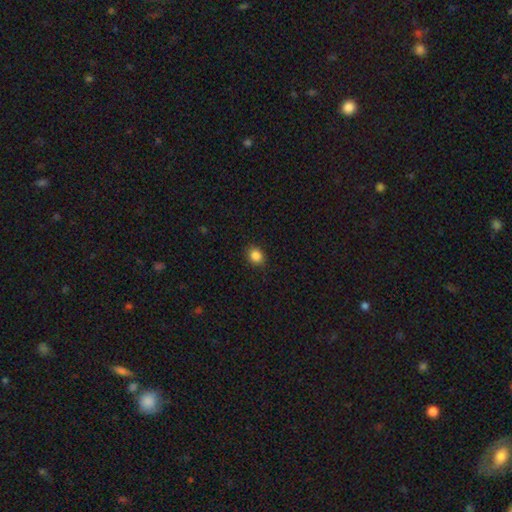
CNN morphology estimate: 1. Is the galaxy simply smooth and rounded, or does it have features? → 85% smooth, 11% star or artifact, 4% featured or disk.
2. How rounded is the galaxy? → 63% round, 36% in between, 1% cigar-shaped.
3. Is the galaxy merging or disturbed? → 90% none, 7% minor disturbance, 2% major disturbance, 1% merger.